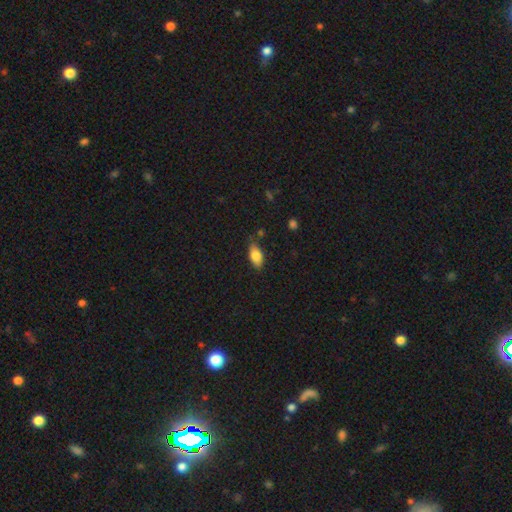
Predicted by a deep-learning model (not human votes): Overall: smooth (81%). How rounded: in between (88%). Merging: none (78%).